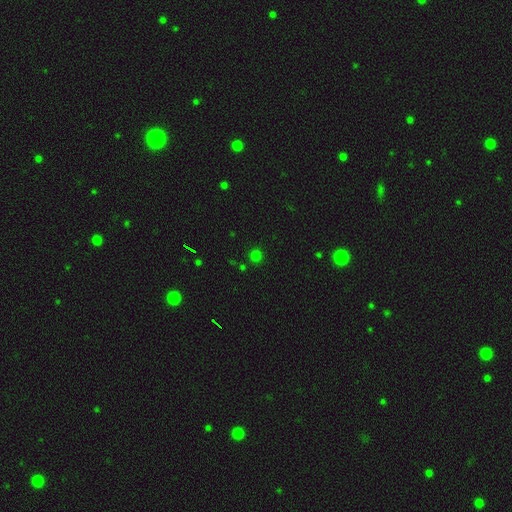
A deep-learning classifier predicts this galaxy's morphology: The model was most divided on "smooth or featured": smooth: 70%, star or artifact: 25%, featured or disk: 4%. More confident: how rounded — round (93%); merging — none (88%).